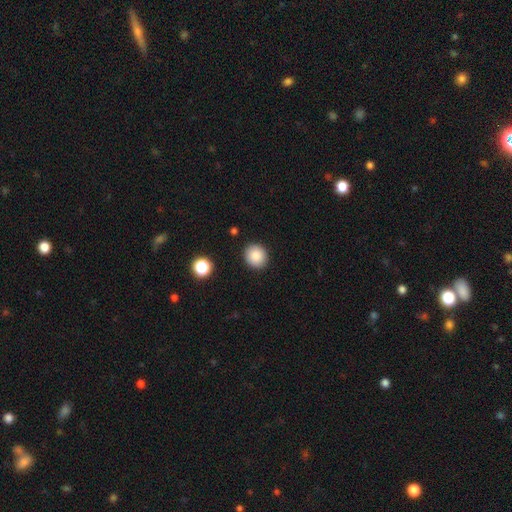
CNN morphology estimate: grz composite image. It shows a smooth galaxy with no disk features (86%) that is round (84%). Merging: none (90%).